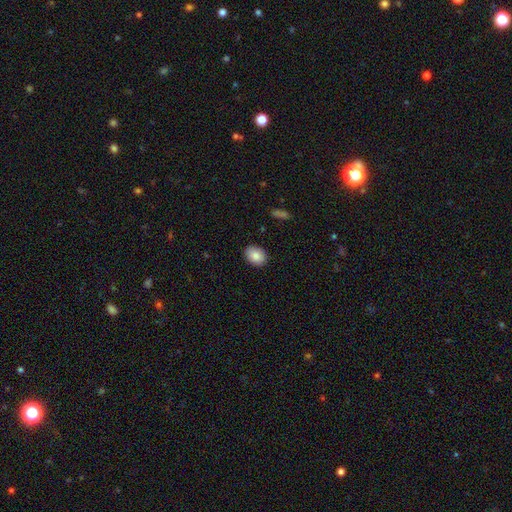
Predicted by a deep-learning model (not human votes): smooth-or-featured: smooth: 86% | star or artifact: 7% | featured or disk: 6%
  how-rounded: in between: 68% | round: 31% | cigar-shaped: 1%
  merging: none: 88% | minor disturbance: 9% | major disturbance: 2% | merger: 1%